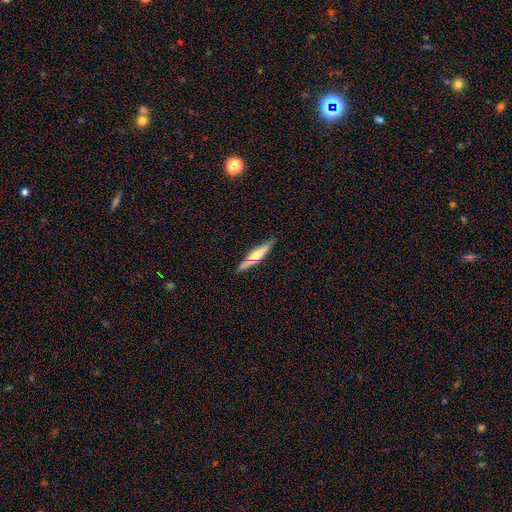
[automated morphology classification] Q: Smooth or featured?
A: featured or disk (53%); runner-up: smooth (41%)
Q: Edge-on disk?
A: yes (93%); runner-up: no (7%)
Q: Merging?
A: none (84%); runner-up: minor disturbance (12%)